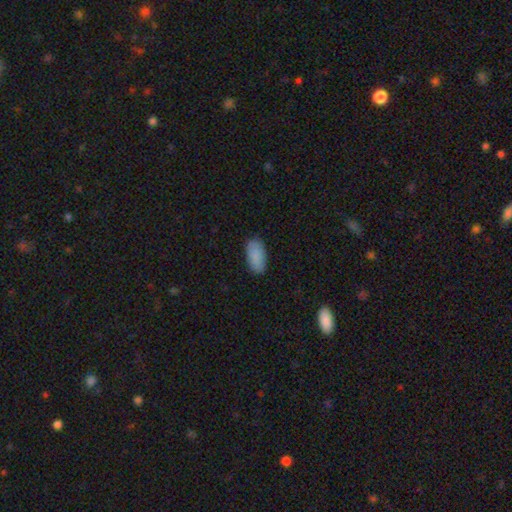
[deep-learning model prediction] smooth 88%, star or artifact 6%, featured or disk 5%. Down the decision tree: how rounded — in between (93%); merging — none (85%).